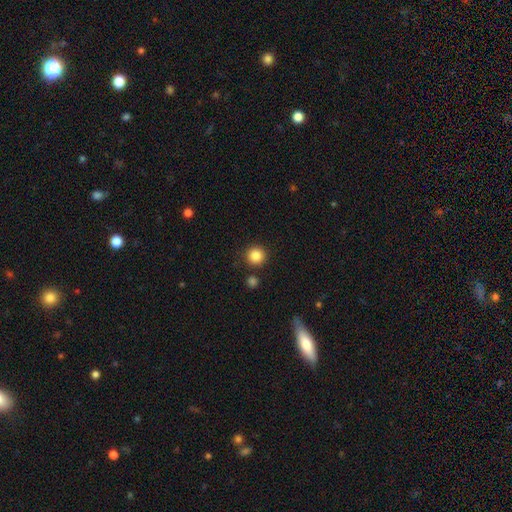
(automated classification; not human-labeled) Smooth or featured? Predicted: smooth (p=0.86). How rounded? Predicted: round (p=0.94). Merging? Predicted: none (p=0.88).